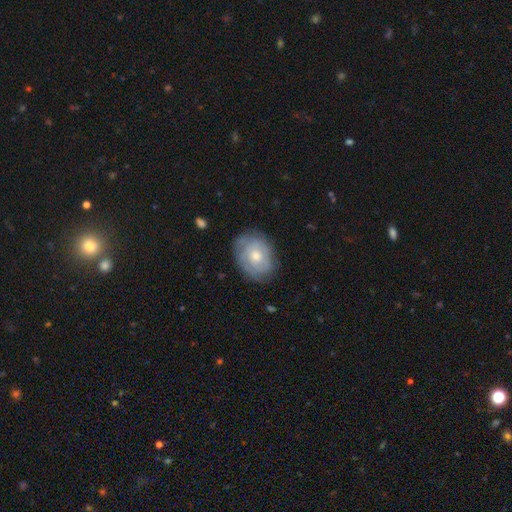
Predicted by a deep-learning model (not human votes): smooth-or-featured: featured or disk: 47% | smooth: 45% | star or artifact: 7%
  merging: none: 77% | minor disturbance: 17% | major disturbance: 4% | merger: 1%